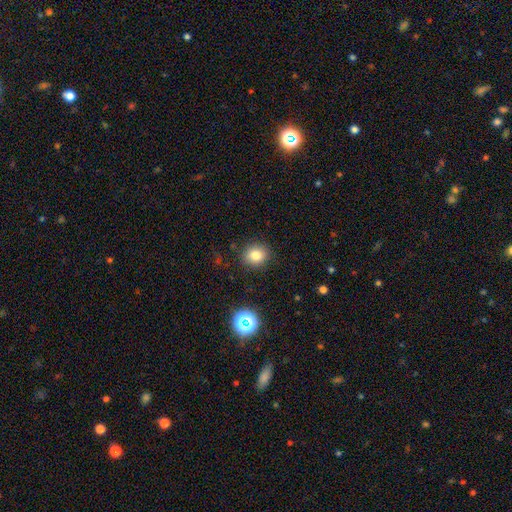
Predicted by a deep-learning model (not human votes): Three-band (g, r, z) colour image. It shows a smooth galaxy with no disk features (79%) that is round (72%). Merging: none (87%).